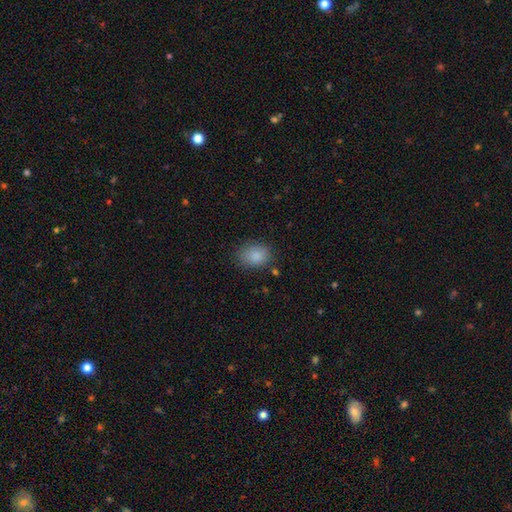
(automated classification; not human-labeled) smooth 87%, star or artifact 8%, featured or disk 5%. Down the decision tree: how rounded — in between (59%); merging — none (78%).